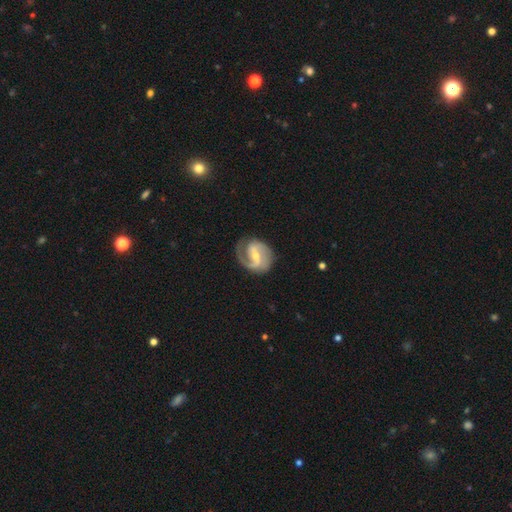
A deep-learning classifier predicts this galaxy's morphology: featured or disk 88%, smooth 8%, star or artifact 4%. Down the decision tree: edge-on disk — no (98%); bar — weak (45%); spiral arms — yes (97%); spiral arm count — 2 (81%); spiral winding — medium (52%); bulge size — small (49%); merging — none (74%).